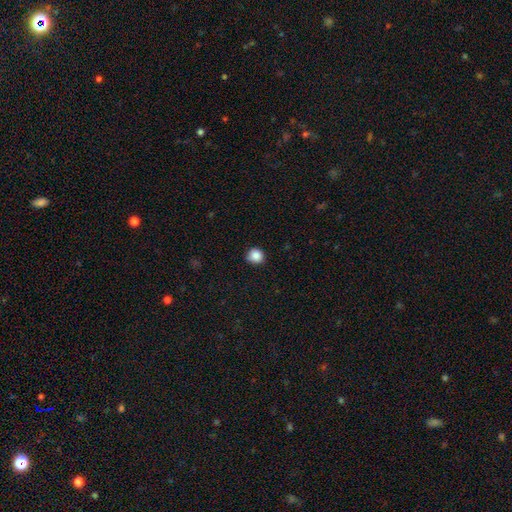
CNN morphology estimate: smooth-or-featured: smooth: 87% | star or artifact: 10% | featured or disk: 4%
  how-rounded: round: 87% | in between: 12% | cigar-shaped: 1%
  merging: none: 81% | minor disturbance: 15% | major disturbance: 2% | merger: 1%